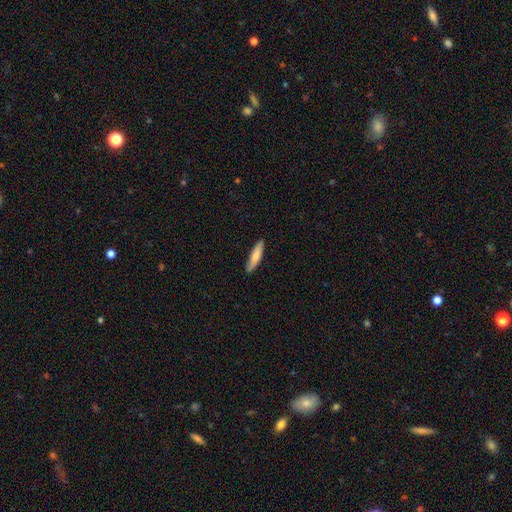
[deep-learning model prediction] Overall: smooth (78%). How rounded: cigar-shaped (80%). Merging: none (88%).